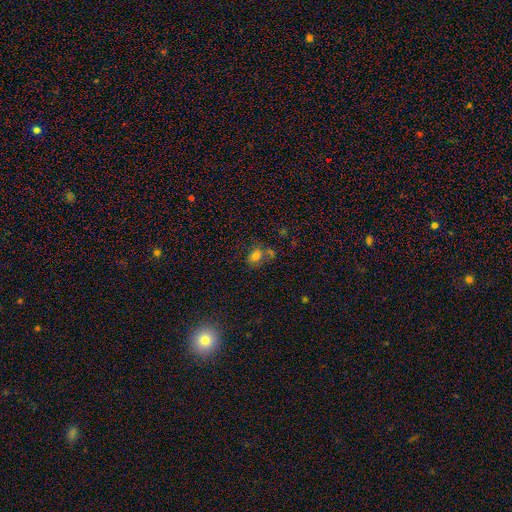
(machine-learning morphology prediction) A smooth galaxy with no disk features (69%) that is in between round and cigar-shaped (64%).

Vote fractions:
- Smooth or featured? smooth: 69% / star or artifact: 17% / featured or disk: 14%
- How rounded? in between: 64% / round: 34% / cigar-shaped: 2%
- Merging? none: 47% / merger: 24% / minor disturbance: 18% / major disturbance: 10%